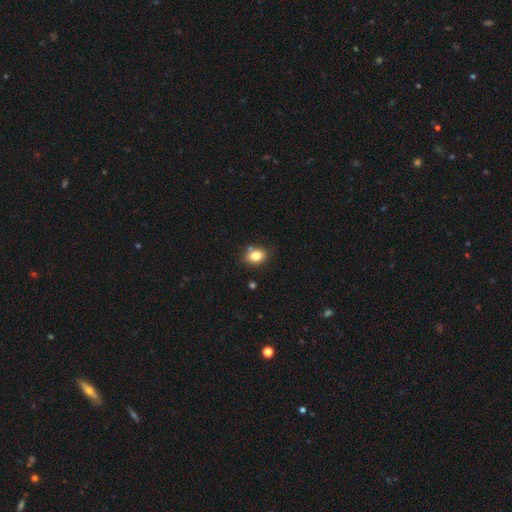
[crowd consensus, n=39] Smooth or featured: smooth — 74% (featured or disk — 18%)
How rounded: in between — 76% (round — 24%)
Merging: none — 75% (minor disturbance — 22%)